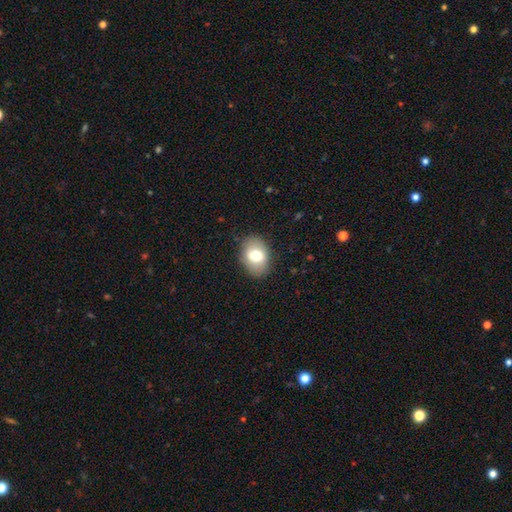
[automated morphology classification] Smooth or featured?
  - smooth: 74% *
  - featured or disk: 18%
  - star or artifact: 8%
How rounded?
  - in between: 73% *
  - round: 26%
  - cigar-shaped: 1%
Merging?
  - none: 85% *
  - minor disturbance: 11%
  - major disturbance: 3%
  - merger: 1%